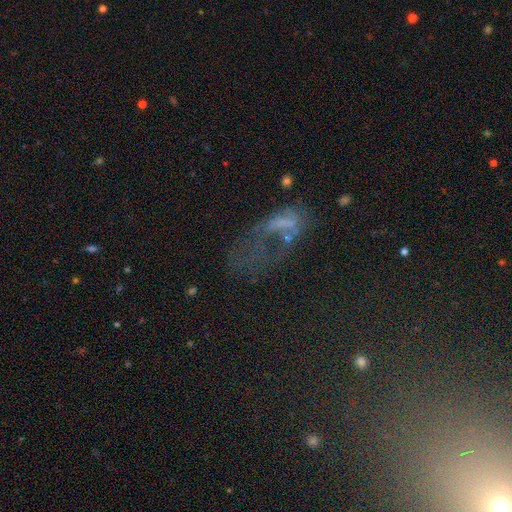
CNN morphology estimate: smooth_or_featured: featured or disk (p=0.41) [alt: star or artifact p=0.31]
merging: major disturbance (p=0.48) [alt: none p=0.27]